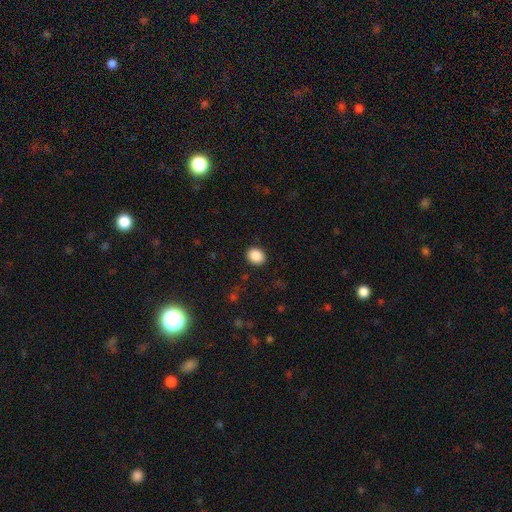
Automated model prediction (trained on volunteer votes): smooth_or_featured: smooth (p=0.88) [alt: star or artifact p=0.09]
how_rounded: round (p=0.60) [alt: in between p=0.39]
merging: none (p=0.90) [alt: minor disturbance p=0.07]